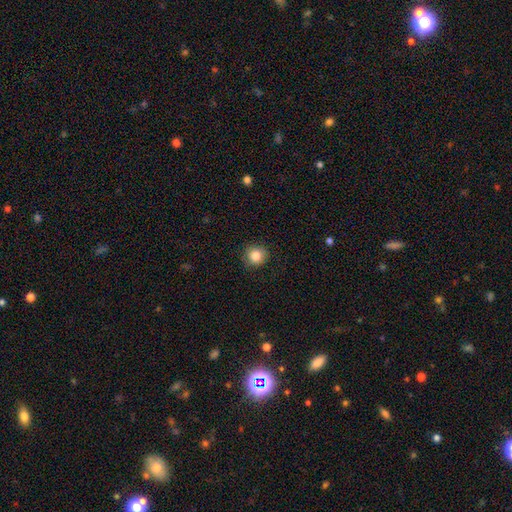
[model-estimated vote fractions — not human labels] Smooth or featured? Predicted: smooth (p=0.85). How rounded? Predicted: round (p=0.90). Merging? Predicted: none (p=0.88).